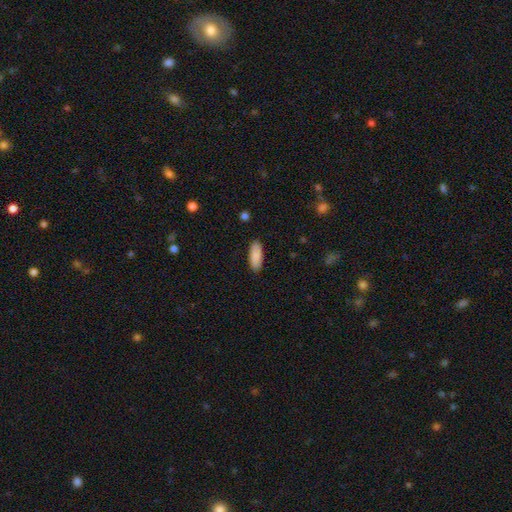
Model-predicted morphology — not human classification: Smooth or featured: smooth — 89% (star or artifact — 6%)
How rounded: in between — 73% (cigar-shaped — 26%)
Merging: none — 90% (minor disturbance — 8%)